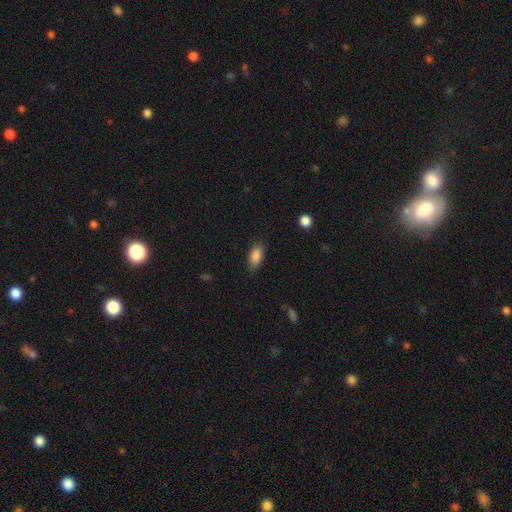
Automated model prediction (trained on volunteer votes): Overall: smooth (87%). How rounded: in between (89%). Merging: none (80%).